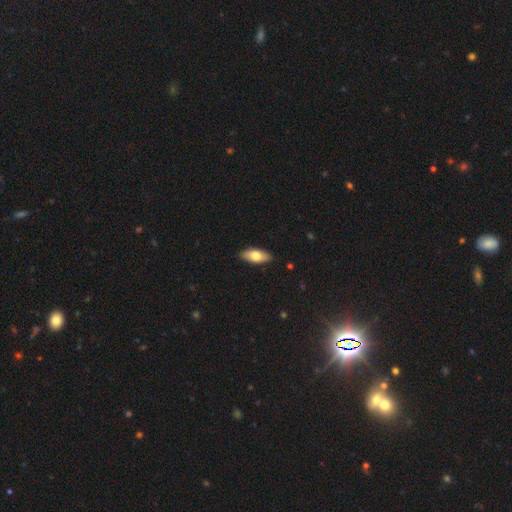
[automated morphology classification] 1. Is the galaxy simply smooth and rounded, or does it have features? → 72% smooth, 22% featured or disk, 6% star or artifact.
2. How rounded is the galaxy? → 82% in between, 15% cigar-shaped, 3% round.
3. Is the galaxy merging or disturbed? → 89% none, 9% minor disturbance, 2% major disturbance, 1% merger.